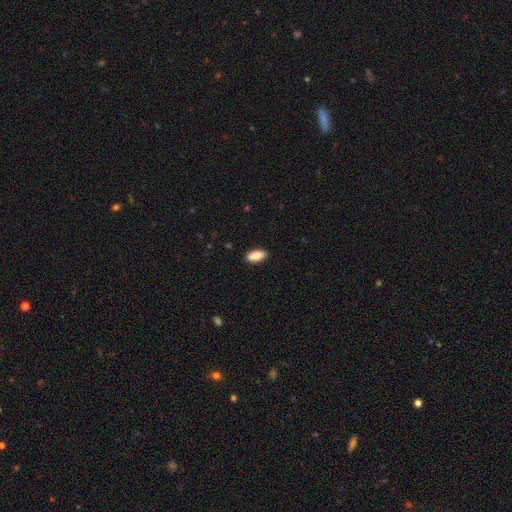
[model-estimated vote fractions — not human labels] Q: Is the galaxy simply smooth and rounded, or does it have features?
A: smooth — 89%.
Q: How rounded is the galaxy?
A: in between — 83%.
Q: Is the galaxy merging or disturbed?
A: none — 89%.